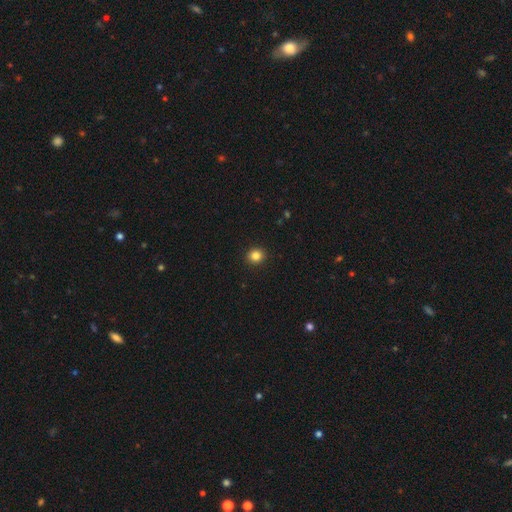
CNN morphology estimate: type=smooth (84%); roundness=round (87%); merging=none (93%).